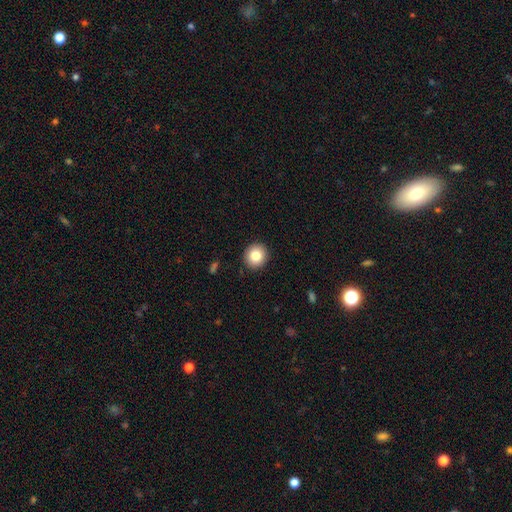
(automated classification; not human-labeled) This is clearly a smooth galaxy (82%). How rounded: clearly round (89%). Merging: clearly none (92%).